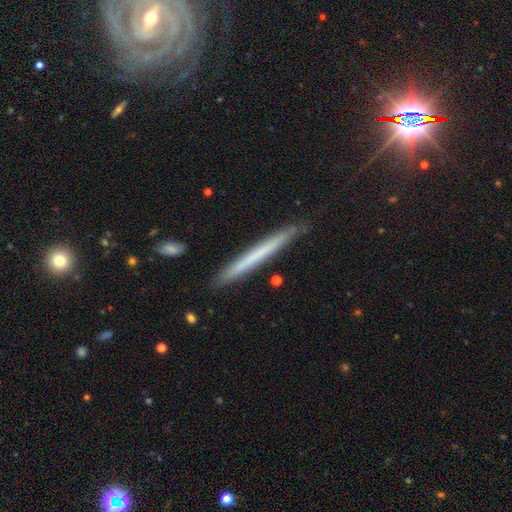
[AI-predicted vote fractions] Morphology: type=smooth (53%); roundness=cigar-shaped (97%); merging=none (89%).